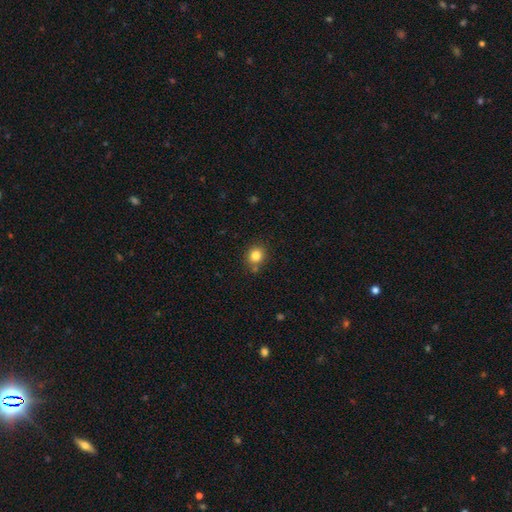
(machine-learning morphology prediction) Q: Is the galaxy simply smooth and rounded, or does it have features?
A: smooth — 82%.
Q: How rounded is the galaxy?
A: round — 82%.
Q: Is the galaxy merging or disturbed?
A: none — 79%.